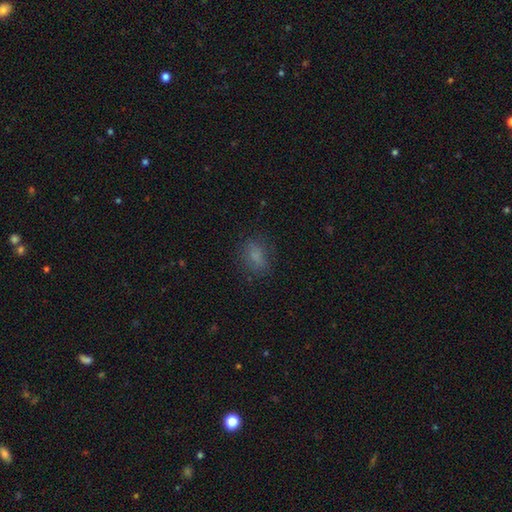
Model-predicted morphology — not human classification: The model was most divided on "how rounded": in between: 74%, round: 22%, cigar-shaped: 4%. More confident: smooth or featured — smooth (75%); merging — none (75%).